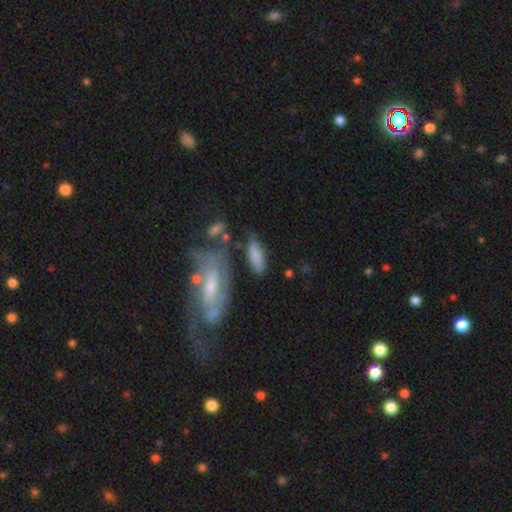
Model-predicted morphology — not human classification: A smooth galaxy with no disk features (77%) that is in between round and cigar-shaped (59%). Merging: none (61%).